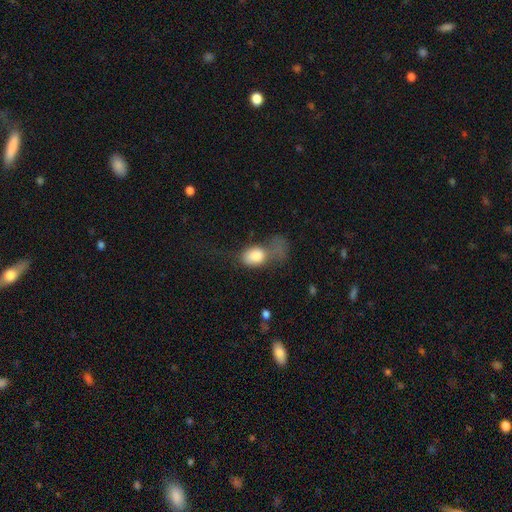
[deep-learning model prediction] The model was most divided on "merging": major disturbance: 56%, minor disturbance: 19%, none: 16%, merger: 10%. More confident: smooth or featured — smooth (78%); how rounded — in between (76%).